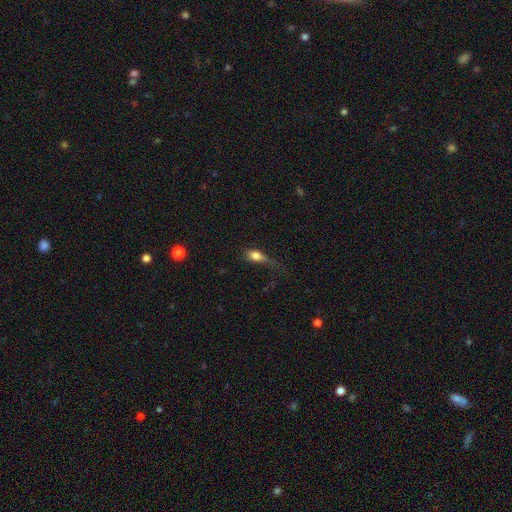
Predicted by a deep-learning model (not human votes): This is likely a smooth galaxy (75%). How rounded: likely in between (72%). Merging: marginally none (36%).